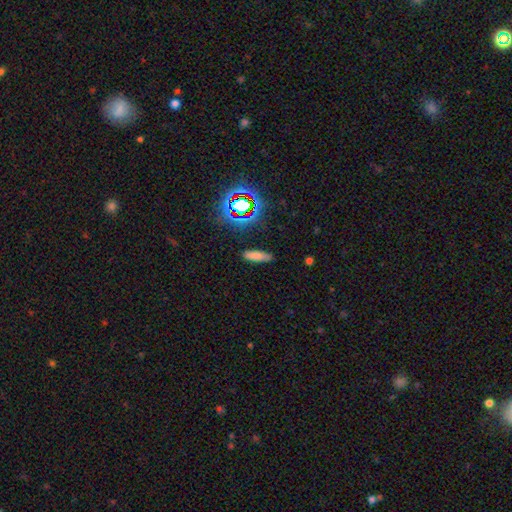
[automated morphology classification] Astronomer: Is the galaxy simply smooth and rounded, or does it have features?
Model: smooth — 71%.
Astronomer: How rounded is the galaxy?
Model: cigar-shaped — 54% (runner-up: in between, 42%).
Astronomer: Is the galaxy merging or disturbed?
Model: none — 84%.